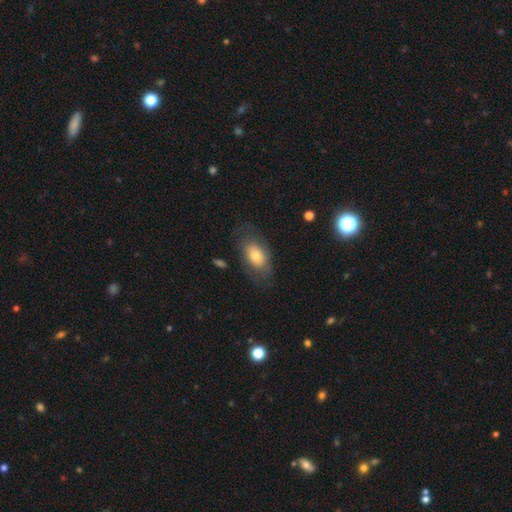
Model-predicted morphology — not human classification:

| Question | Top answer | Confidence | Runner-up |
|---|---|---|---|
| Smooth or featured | smooth | 65% | featured or disk (28%) |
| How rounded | in between | 91% | round (7%) |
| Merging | none | 70% | minor disturbance (18%) |